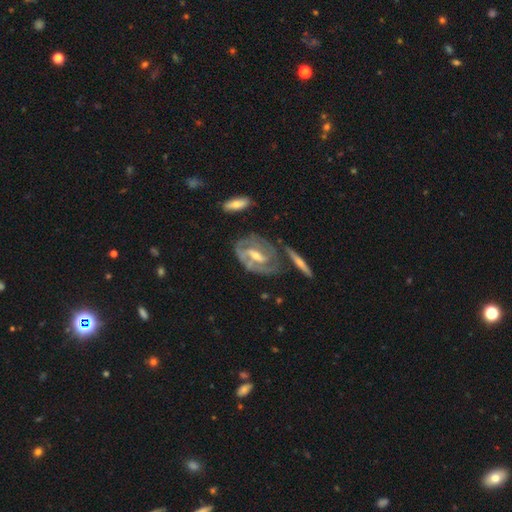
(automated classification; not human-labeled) This is clearly a featured or disk galaxy (84%). It is clearly not viewed edge-on (94%). Bar: possibly weak (45%). Spiral arm pattern: clearly yes (89%). Spiral arm count: possibly 2 (58%). Spiral winding: possibly tight (47%). Central bulge: possibly moderate (54%). Merging: possibly none (59%).